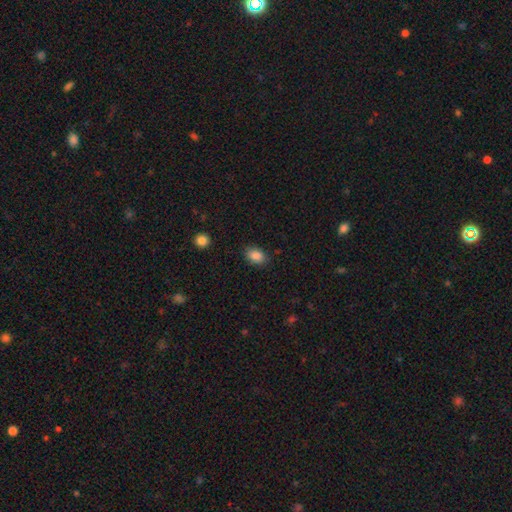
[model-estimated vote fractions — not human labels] smooth_or_featured: smooth (p=0.87) [alt: star or artifact p=0.09]
how_rounded: in between (p=0.79) [alt: round p=0.20]
merging: none (p=0.85) [alt: minor disturbance p=0.11]